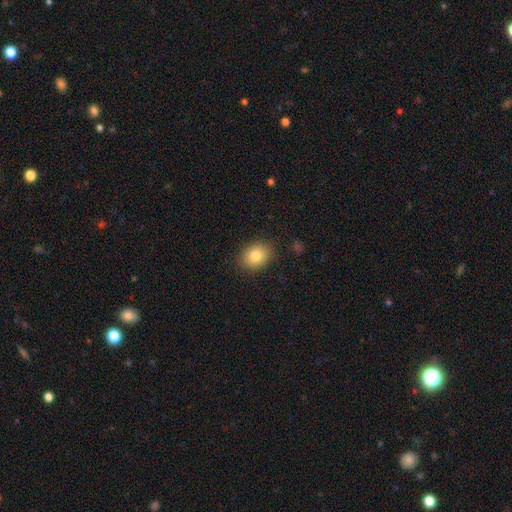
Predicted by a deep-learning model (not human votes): Overall: smooth (82%). How rounded: in between (56%; round 43%). Merging: none (87%).